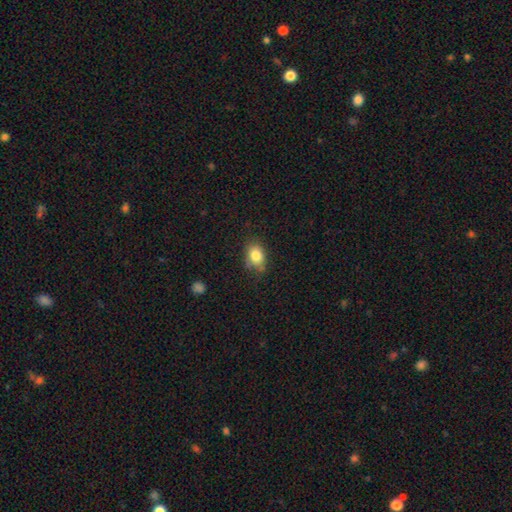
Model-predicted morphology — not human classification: The model was most divided on "how rounded": in between: 72%, round: 26%, cigar-shaped: 1%. More confident: smooth or featured — smooth (82%); merging — none (70%).